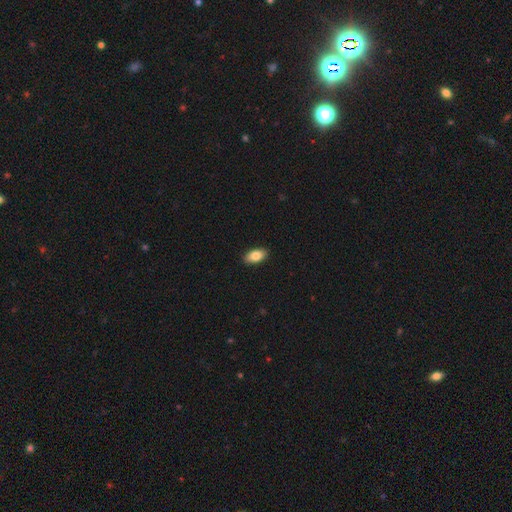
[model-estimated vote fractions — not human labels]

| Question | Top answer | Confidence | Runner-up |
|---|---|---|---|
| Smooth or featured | smooth | 83% | featured or disk (10%) |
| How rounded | in between | 92% | cigar-shaped (4%) |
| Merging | none | 90% | minor disturbance (7%) |